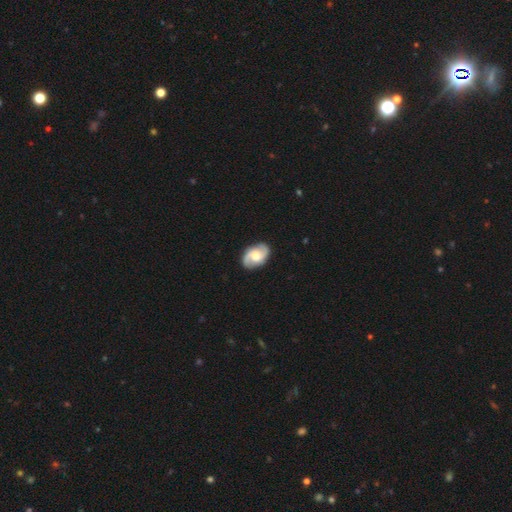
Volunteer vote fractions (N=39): Smooth or featured: featured or disk — 77% (smooth — 21%)
Edge-on disk: no — 100%
Bar: no — 67% (weak — 20%)
Spiral arms: yes — 97% (no — 3%)
Spiral winding: tight — 38% (medium — 31%)
Spiral arm count: 2 — 97% (4 — 3%)
Bulge size: moderate — 50% (large — 23%)
Merging: none — 95% (minor disturbance — 3%)